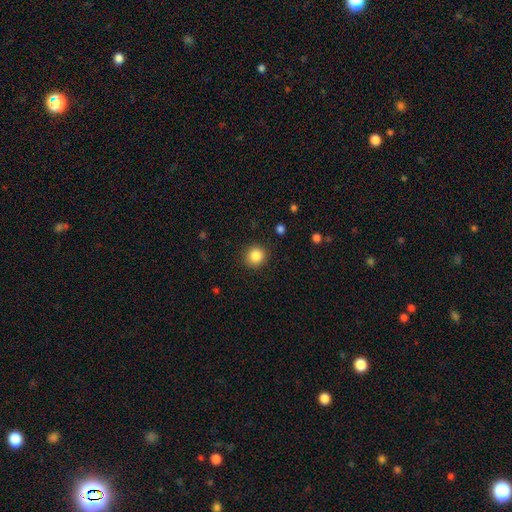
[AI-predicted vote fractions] Smooth or featured? Predicted: smooth (p=0.86). How rounded? Predicted: round (p=0.89). Merging? Predicted: none (p=0.90).